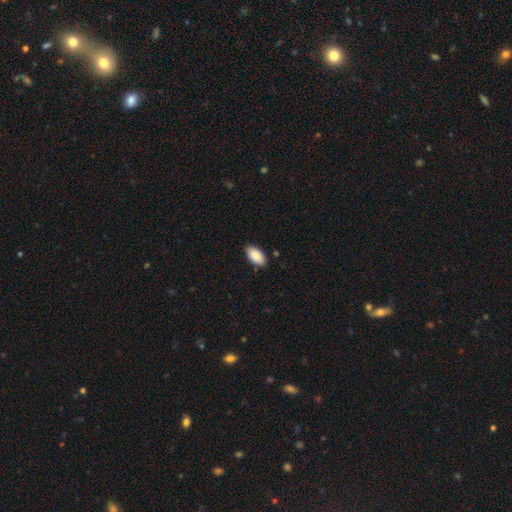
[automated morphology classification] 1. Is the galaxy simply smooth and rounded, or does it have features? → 90% smooth, 6% star or artifact, 4% featured or disk.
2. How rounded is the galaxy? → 95% in between, 3% cigar-shaped, 2% round.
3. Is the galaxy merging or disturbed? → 87% none, 10% minor disturbance, 2% major disturbance, 1% merger.